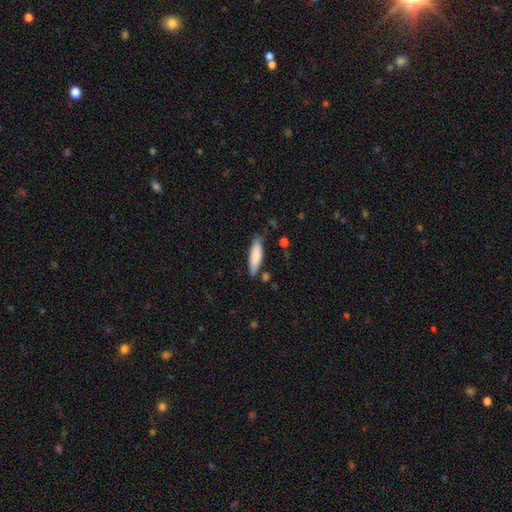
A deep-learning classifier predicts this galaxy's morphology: smooth_or_featured: smooth (p=0.82) [alt: featured or disk p=0.13]
how_rounded: cigar-shaped (p=0.59) [alt: in between p=0.39]
merging: none (p=0.74) [alt: minor disturbance p=0.19]